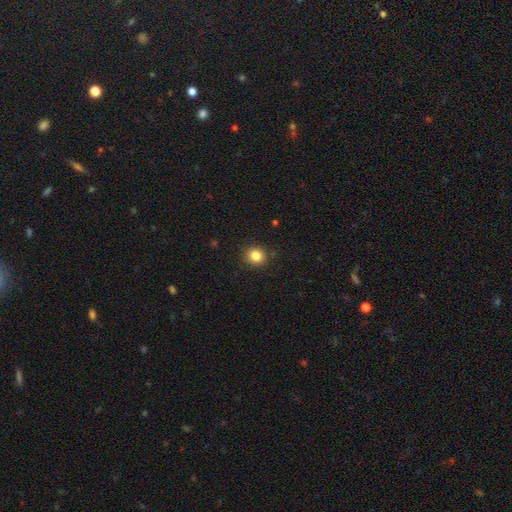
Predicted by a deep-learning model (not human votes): Smooth or featured: smooth — 83% (star or artifact — 12%)
How rounded: round — 84% (in between — 15%)
Merging: none — 90% (minor disturbance — 7%)